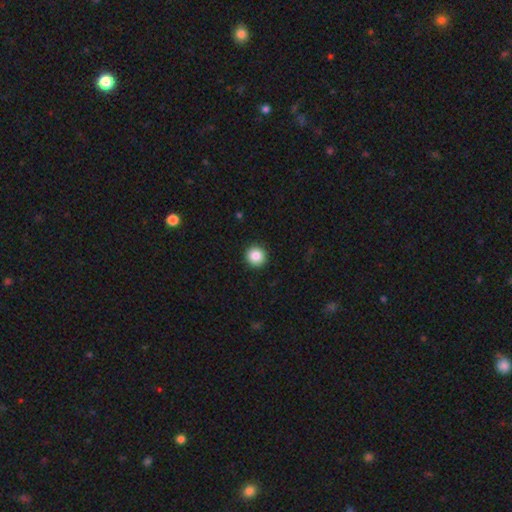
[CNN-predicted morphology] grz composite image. It shows a smooth galaxy with no disk features (86%) that is round (95%). Merging: none (93%).